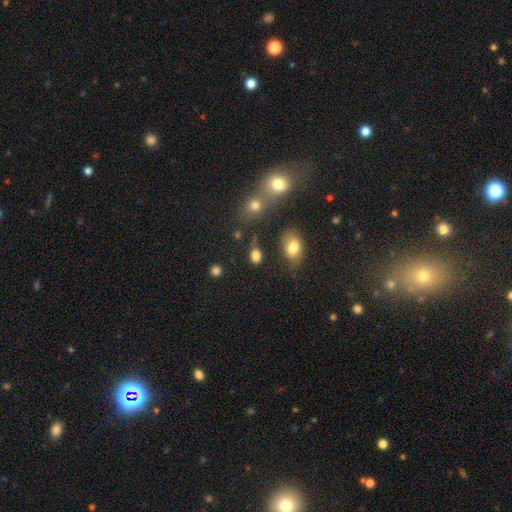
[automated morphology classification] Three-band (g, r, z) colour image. It shows a smooth galaxy with no disk features (80%) that is in between round and cigar-shaped (57%). Merging: none (62%).